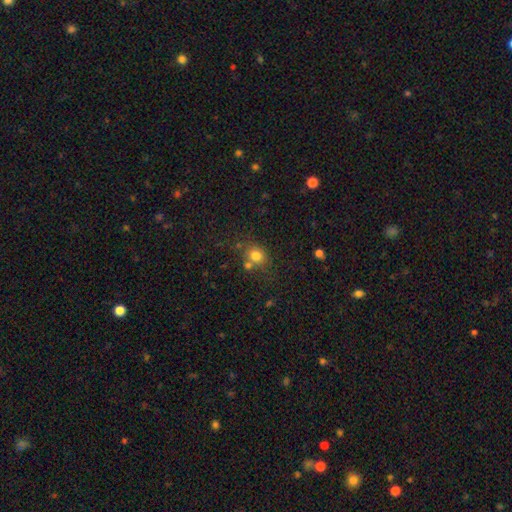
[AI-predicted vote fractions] Smooth or featured? Predicted: smooth (p=0.78). How rounded? Predicted: round (p=0.67). Merging? Predicted: none (p=0.63).